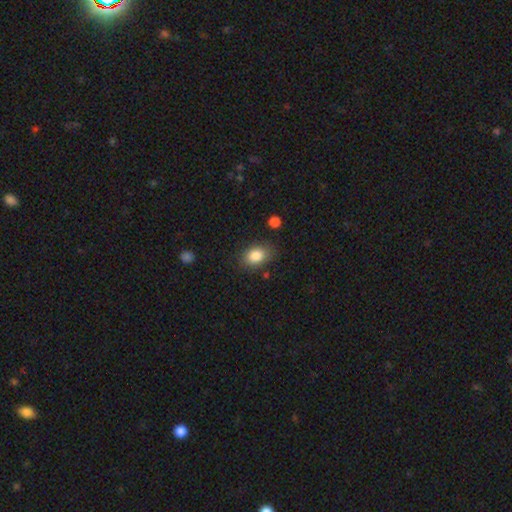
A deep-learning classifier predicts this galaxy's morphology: A smooth galaxy with no disk features (85%) that is in between round and cigar-shaped (79%).

Vote fractions:
- Smooth or featured? smooth: 85% / star or artifact: 8% / featured or disk: 7%
- How rounded? in between: 79% / round: 20% / cigar-shaped: 1%
- Merging? none: 78% / minor disturbance: 16% / major disturbance: 4% / merger: 2%